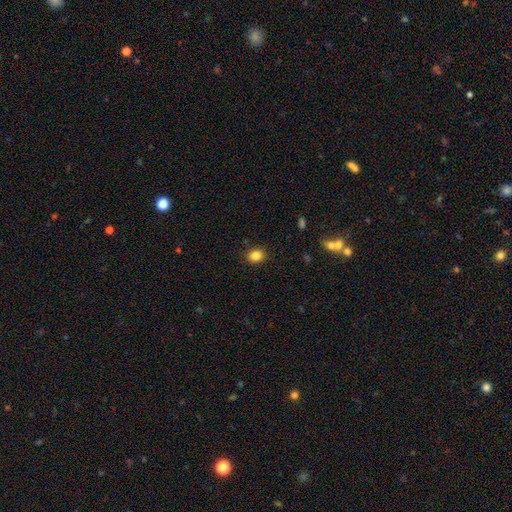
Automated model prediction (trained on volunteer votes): smooth-or-featured: smooth: 84% | star or artifact: 11% | featured or disk: 5%
  how-rounded: round: 62% | in between: 37% | cigar-shaped: 1%
  merging: none: 89% | minor disturbance: 8% | major disturbance: 2% | merger: 1%